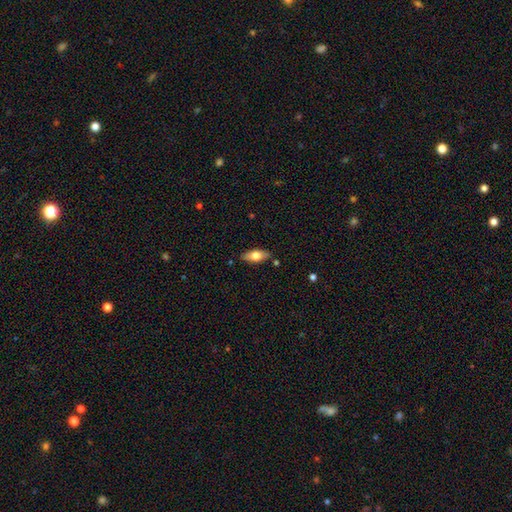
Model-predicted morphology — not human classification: smooth_or_featured: smooth (p=0.62) [alt: featured or disk p=0.31]
how_rounded: in between (p=0.78) [alt: cigar-shaped p=0.19]
merging: none (p=0.85) [alt: minor disturbance p=0.11]